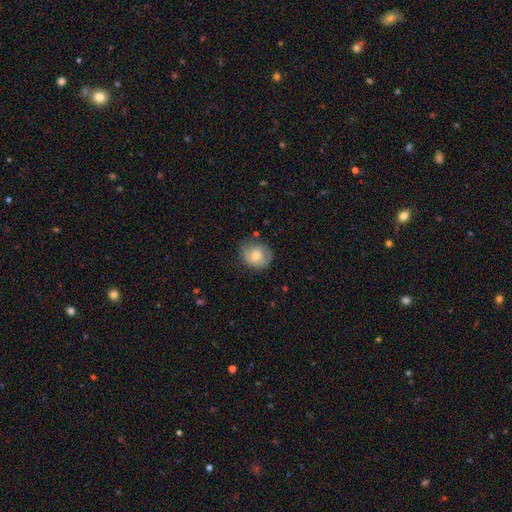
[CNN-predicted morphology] The model was most divided on "merging": none: 67%, minor disturbance: 25%, major disturbance: 6%, merger: 2%. More confident: how rounded — round (73%); smooth or featured — smooth (69%).